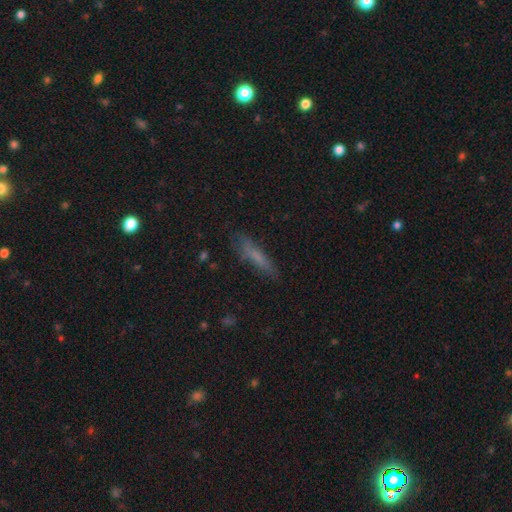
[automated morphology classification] This appears to be a smooth galaxy with no disk features (66%) that is cigar-shaped (84%). Merging: none (77%).